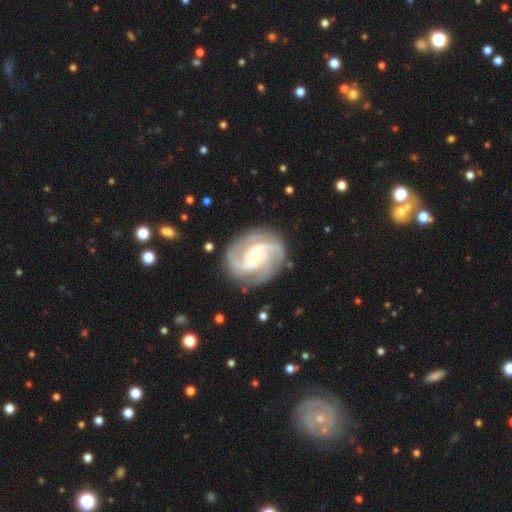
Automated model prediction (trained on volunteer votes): smooth_or_featured: featured or disk (p=0.92) [alt: smooth p=0.04]
disk_edge_on: no (p=0.98) [alt: yes p=0.02]
bar: weak (p=0.46) [alt: no p=0.31]
has_spiral_arms: yes (p=0.98) [alt: no p=0.02]
spiral_winding: tight (p=0.48) [alt: medium p=0.44]
spiral_arm_count: 3 (p=0.42) [alt: 2 p=0.31]
bulge_size: small (p=0.57) [alt: moderate p=0.38]
merging: none (p=0.82) [alt: minor disturbance p=0.13]